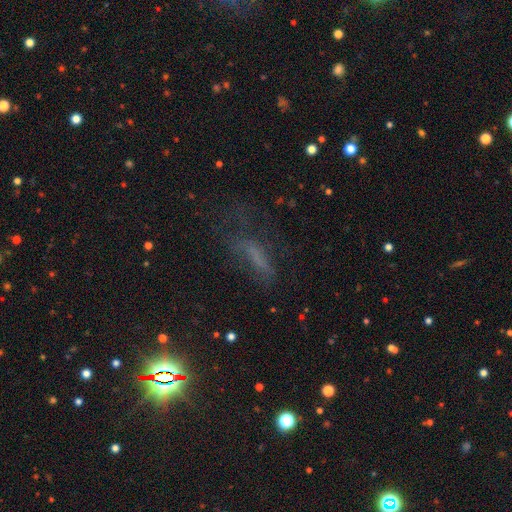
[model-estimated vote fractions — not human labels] A smooth galaxy with no disk features (42%). Merging: none (45%).